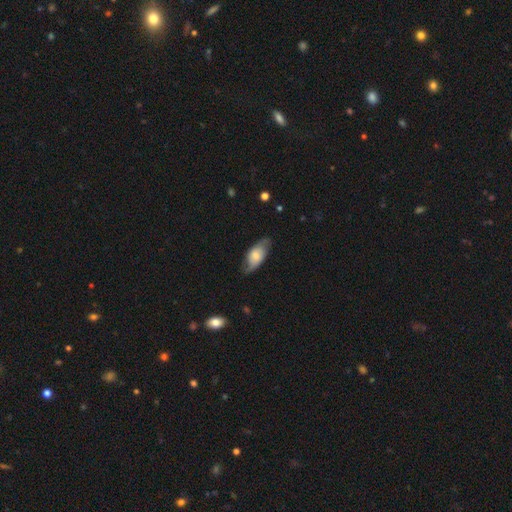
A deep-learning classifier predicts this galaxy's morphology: Q: Smooth or featured?
A: smooth (54%); runner-up: featured or disk (40%)
Q: How rounded?
A: in between (89%); runner-up: cigar-shaped (7%)
Q: Merging?
A: none (66%); runner-up: minor disturbance (25%)